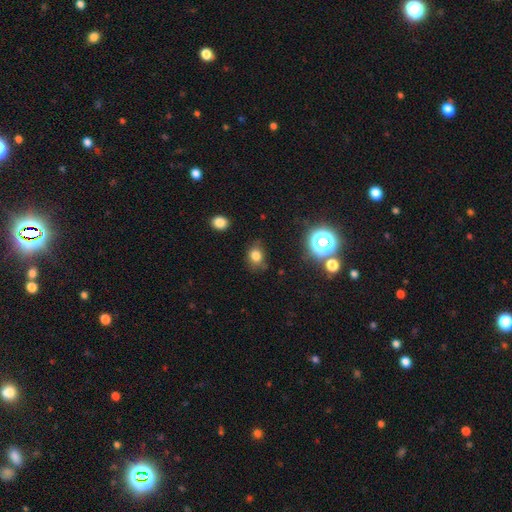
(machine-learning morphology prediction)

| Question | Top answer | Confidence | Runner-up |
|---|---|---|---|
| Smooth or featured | smooth | 77% | star or artifact (15%) |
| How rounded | in between | 52% | round (47%) |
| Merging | none | 67% | minor disturbance (23%) |